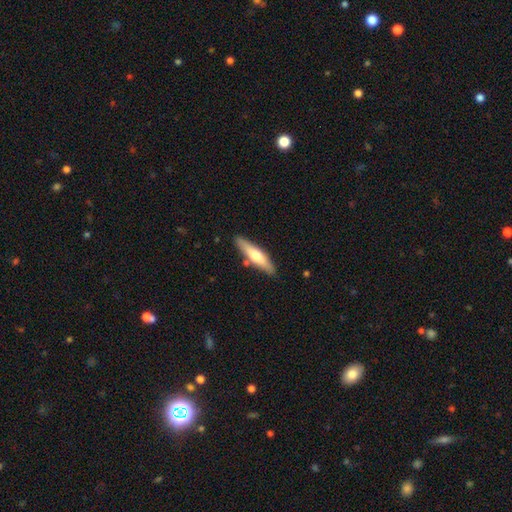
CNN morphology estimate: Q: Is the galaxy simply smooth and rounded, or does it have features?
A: smooth — 53%.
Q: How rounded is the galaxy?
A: cigar-shaped — 78%.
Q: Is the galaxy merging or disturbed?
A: none — 83%.